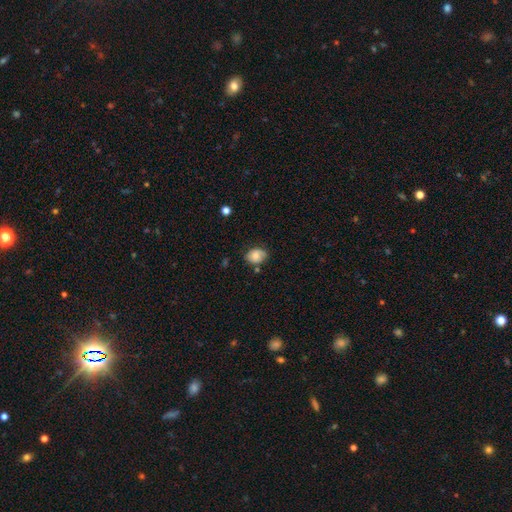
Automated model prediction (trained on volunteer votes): Smooth or featured: smooth — 69% (featured or disk — 22%)
How rounded: in between — 58% (round — 41%)
Merging: none — 65% (minor disturbance — 25%)